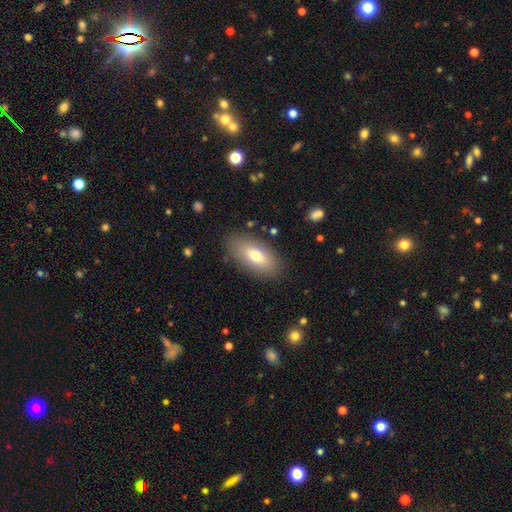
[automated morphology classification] type=smooth (72%); roundness=in between (89%); merging=none (85%).